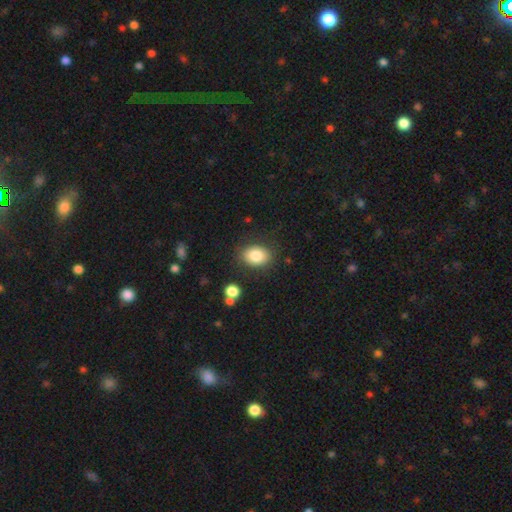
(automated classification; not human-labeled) Smooth or featured: smooth — 82% (featured or disk — 9%)
How rounded: in between — 67% (round — 32%)
Merging: none — 84% (minor disturbance — 11%)